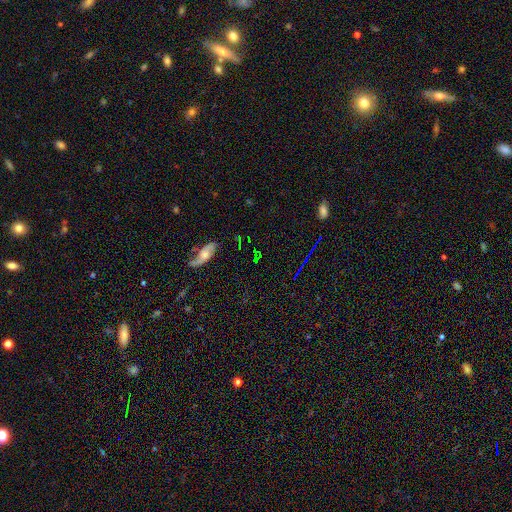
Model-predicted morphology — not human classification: Q: Smooth or featured?
A: star or artifact (34%); runner-up: featured or disk (33%)